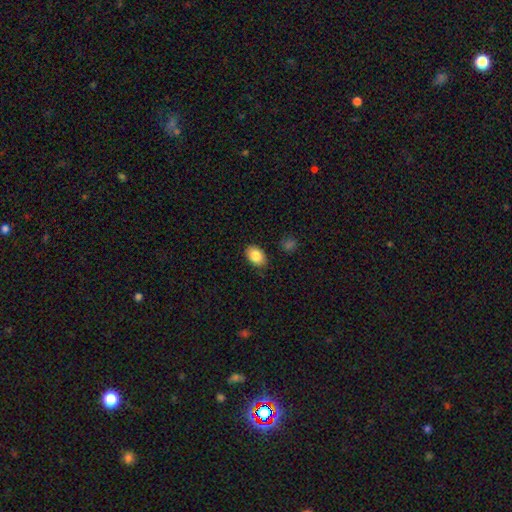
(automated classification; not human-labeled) The model was most divided on "how rounded": in between: 82%, round: 17%, cigar-shaped: 1%. More confident: smooth or featured — smooth (85%); merging — none (85%).